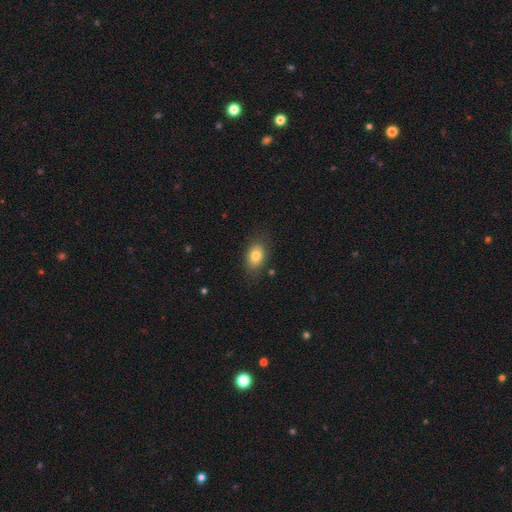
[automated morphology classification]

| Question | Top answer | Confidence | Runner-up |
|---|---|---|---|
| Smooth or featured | smooth | 80% | featured or disk (12%) |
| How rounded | in between | 83% | round (16%) |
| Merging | none | 80% | minor disturbance (14%) |